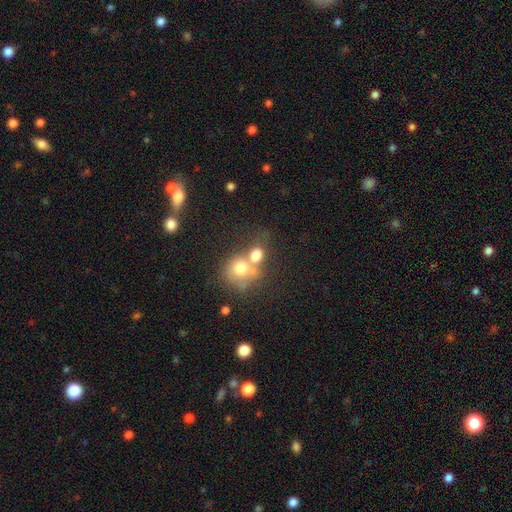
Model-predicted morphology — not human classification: smooth-or-featured: smooth: 71% | featured or disk: 18% | star or artifact: 12%
  how-rounded: round: 64% | in between: 35% | cigar-shaped: 1%
  merging: merger: 59% | none: 26% | minor disturbance: 8% | major disturbance: 6%